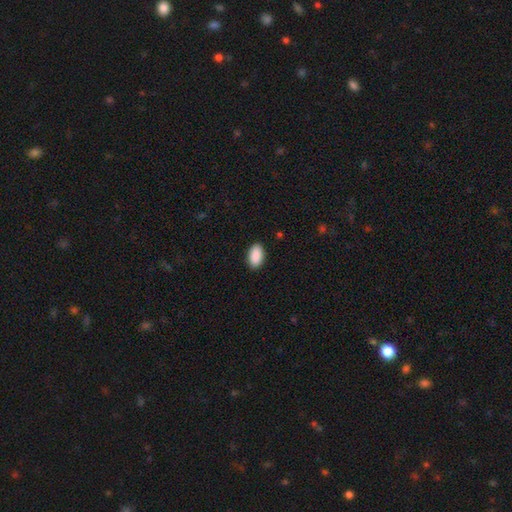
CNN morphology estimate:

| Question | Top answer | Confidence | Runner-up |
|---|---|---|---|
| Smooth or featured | smooth | 91% | star or artifact (6%) |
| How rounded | in between | 95% | round (3%) |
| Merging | none | 89% | minor disturbance (8%) |